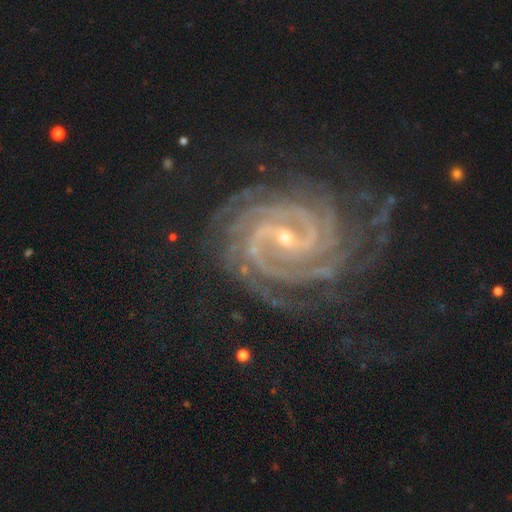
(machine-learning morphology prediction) Smooth or featured: featured or disk — 92% (star or artifact — 5%)
Edge-on disk: no — 98% (yes — 2%)
Bar: weak — 42% (strong — 36%)
Spiral arms: yes — 99% (no — 1%)
Spiral winding: tight — 74% (medium — 23%)
Spiral arm count: 2 — 23% (4 — 20%)
Bulge size: small — 68% (moderate — 29%)
Merging: none — 76% (minor disturbance — 15%)